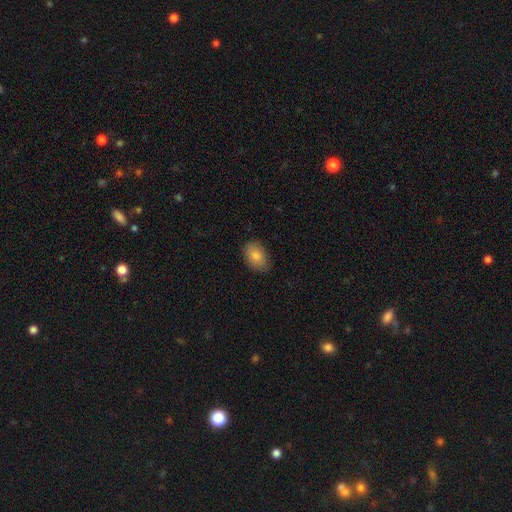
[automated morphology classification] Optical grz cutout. It shows a smooth galaxy with no disk features (83%) that is in between round and cigar-shaped (85%). Merging: none (82%).